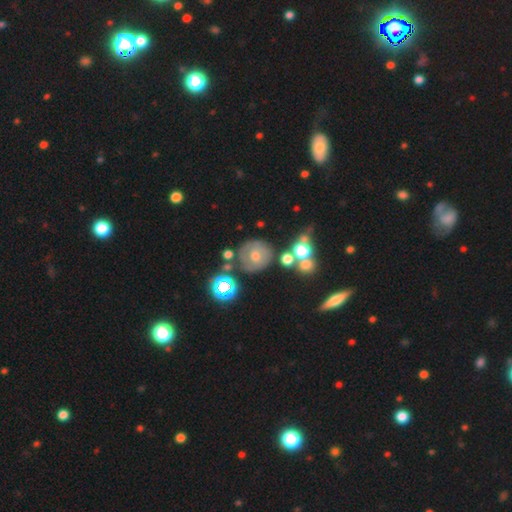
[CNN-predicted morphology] smooth-or-featured: featured or disk: 47% | smooth: 38% | star or artifact: 15%
  merging: none: 66% | minor disturbance: 16% | merger: 10% | major disturbance: 8%